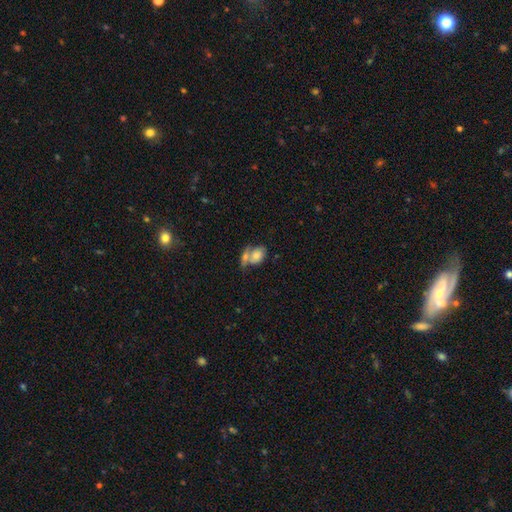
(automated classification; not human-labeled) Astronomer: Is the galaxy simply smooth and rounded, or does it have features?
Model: smooth — 67%.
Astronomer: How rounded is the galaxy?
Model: in between — 74%.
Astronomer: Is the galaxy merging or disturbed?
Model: merger — 56%.